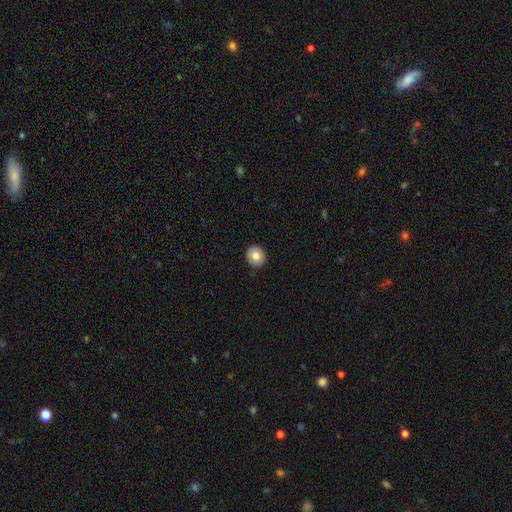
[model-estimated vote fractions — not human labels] Smooth or featured?
  - smooth: 75% *
  - featured or disk: 17%
  - star or artifact: 8%
How rounded?
  - round: 87% *
  - in between: 12%
  - cigar-shaped: 1%
Merging?
  - none: 92% *
  - minor disturbance: 6%
  - major disturbance: 2%
  - merger: 1%